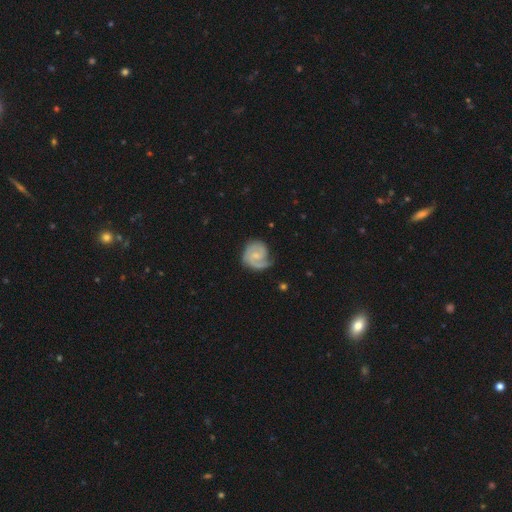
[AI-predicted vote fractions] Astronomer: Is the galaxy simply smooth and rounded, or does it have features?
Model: featured or disk — 80%.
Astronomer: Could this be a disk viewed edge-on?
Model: no — 98%.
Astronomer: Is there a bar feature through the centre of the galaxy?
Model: no — 59% (runner-up: weak, 36%).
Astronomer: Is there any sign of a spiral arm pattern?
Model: yes — 96%.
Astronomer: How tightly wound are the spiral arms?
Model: tight — 51% (runner-up: medium, 37%).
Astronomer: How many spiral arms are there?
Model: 2 — 55%.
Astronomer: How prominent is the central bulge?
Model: small — 58%.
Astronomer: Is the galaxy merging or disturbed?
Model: none — 64%.